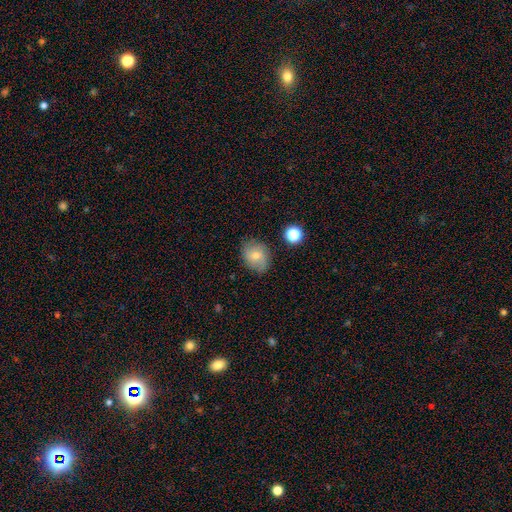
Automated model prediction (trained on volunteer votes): smooth 57%, featured or disk 32%, star or artifact 11%. Down the decision tree: how rounded — round (50%); merging — none (77%).